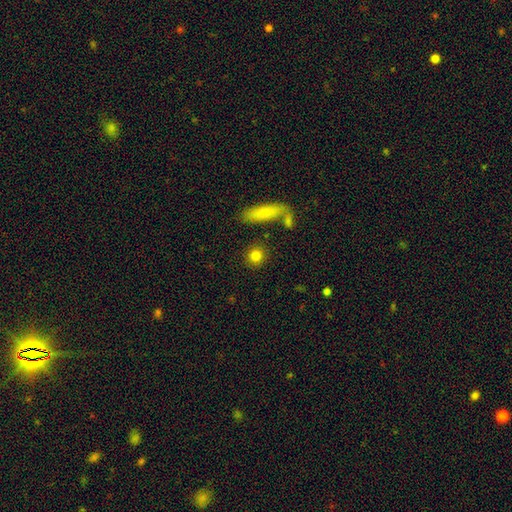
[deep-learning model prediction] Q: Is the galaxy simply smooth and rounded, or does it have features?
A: smooth — 83%.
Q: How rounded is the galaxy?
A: round — 85%.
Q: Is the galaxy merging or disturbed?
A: none — 85%.